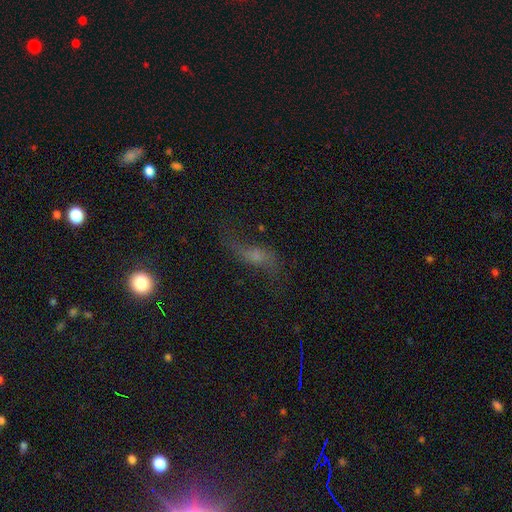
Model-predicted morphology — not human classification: smooth_or_featured: featured or disk (p=0.58) [alt: smooth p=0.26]
disk_edge_on: no (p=0.83) [alt: yes p=0.17]
merging: none (p=0.55) [alt: major disturbance p=0.22]